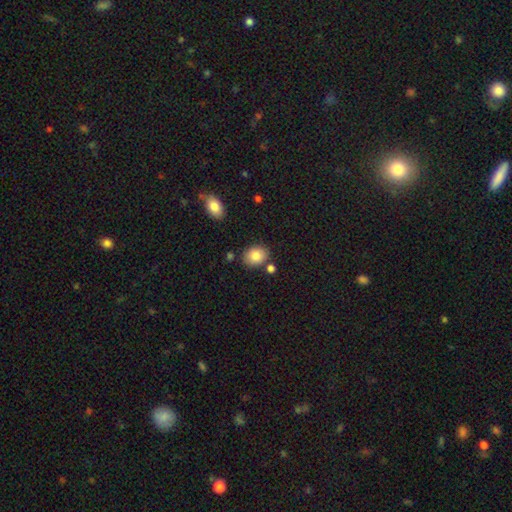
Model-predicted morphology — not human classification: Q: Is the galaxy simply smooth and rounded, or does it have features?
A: smooth — 85%.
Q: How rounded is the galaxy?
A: in between — 57%.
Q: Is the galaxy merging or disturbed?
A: none — 77%.